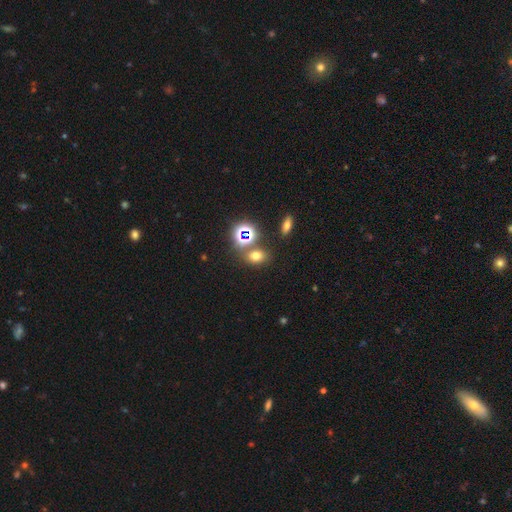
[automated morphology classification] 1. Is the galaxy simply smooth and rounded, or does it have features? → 62% smooth, 29% star or artifact, 9% featured or disk.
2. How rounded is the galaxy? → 56% in between, 42% round, 2% cigar-shaped.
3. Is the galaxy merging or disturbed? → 72% none, 13% merger, 10% minor disturbance, 4% major disturbance.